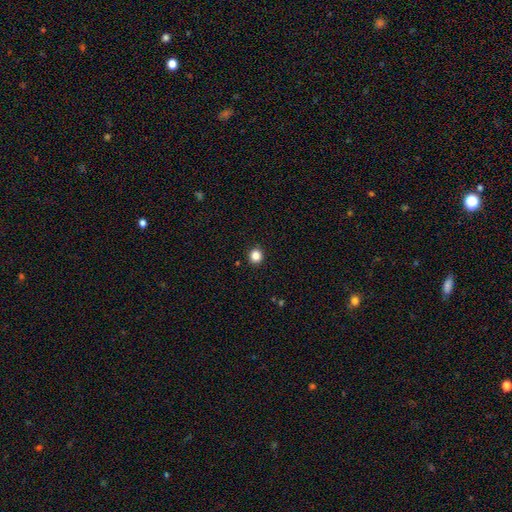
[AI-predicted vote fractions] A smooth galaxy with no disk features (85%) that is round (90%). Merging: none (93%).